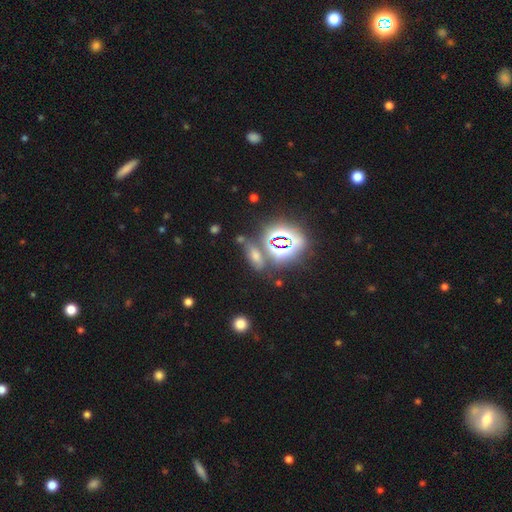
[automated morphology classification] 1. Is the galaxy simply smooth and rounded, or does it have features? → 48% smooth, 41% star or artifact, 11% featured or disk.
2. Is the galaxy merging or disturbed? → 66% none, 14% merger, 14% minor disturbance, 6% major disturbance.